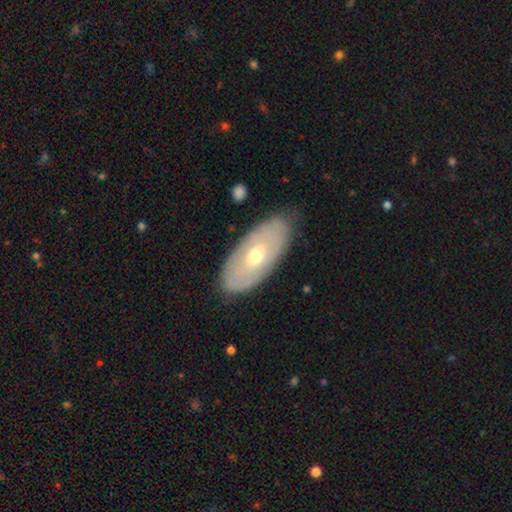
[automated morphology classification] featured or disk 50%, smooth 44%, star or artifact 5%. Down the decision tree: edge-on disk — no (84%); merging — none (79%).